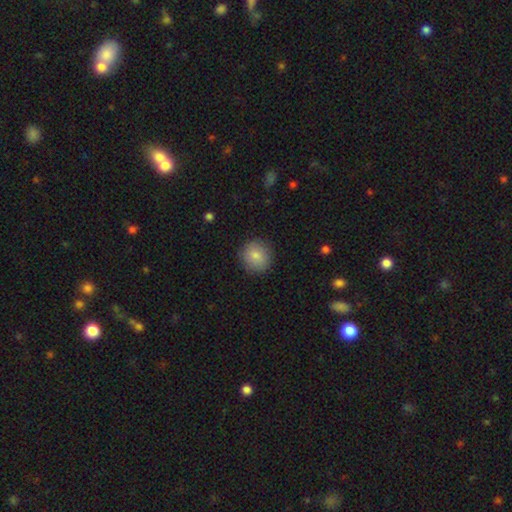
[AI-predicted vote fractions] Q: Smooth or featured?
A: smooth (83%); runner-up: featured or disk (9%)
Q: How rounded?
A: round (91%); runner-up: in between (8%)
Q: Merging?
A: none (89%); runner-up: minor disturbance (8%)